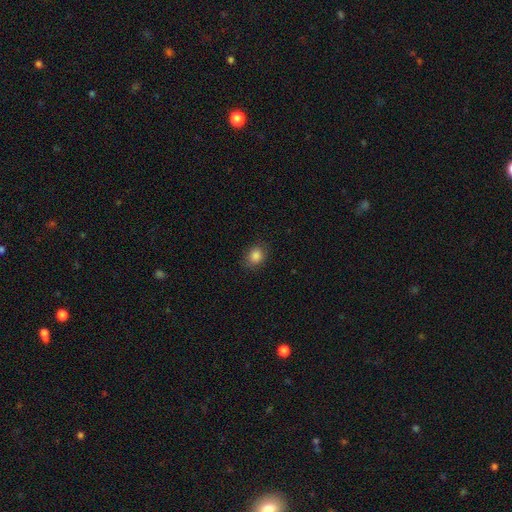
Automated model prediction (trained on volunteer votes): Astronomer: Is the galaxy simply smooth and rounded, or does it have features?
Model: smooth — 85%.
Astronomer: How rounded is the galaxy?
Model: round — 52% (runner-up: in between, 47%).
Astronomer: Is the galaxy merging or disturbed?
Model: none — 84%.